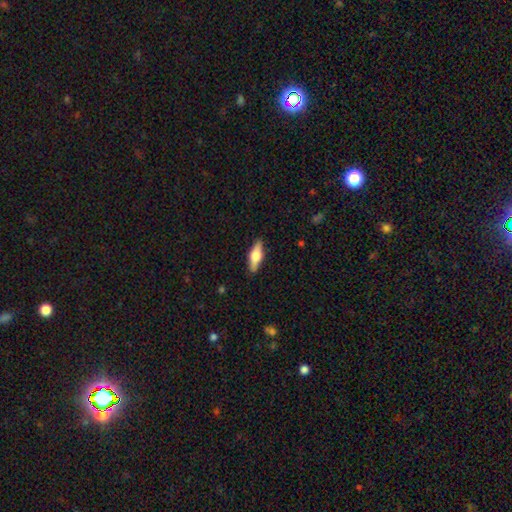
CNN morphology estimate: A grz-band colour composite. It shows a smooth galaxy with no disk features (48%). Merging: none (89%).